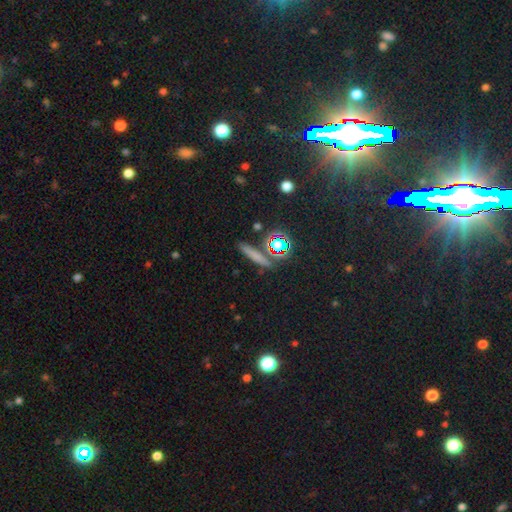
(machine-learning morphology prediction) smooth_or_featured: smooth (p=0.60) [alt: star or artifact p=0.23]
how_rounded: cigar-shaped (p=0.79) [alt: round p=0.11]
merging: none (p=0.83) [alt: minor disturbance p=0.09]